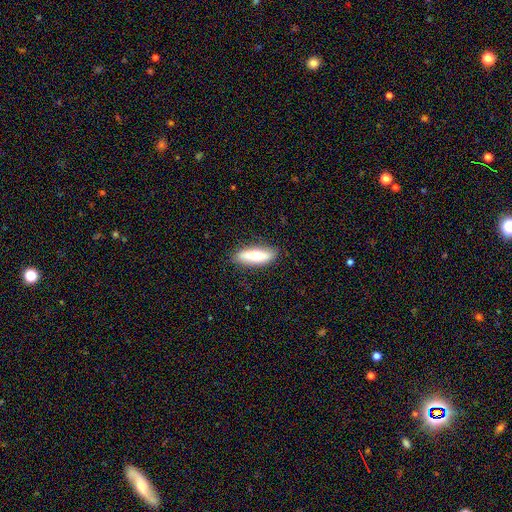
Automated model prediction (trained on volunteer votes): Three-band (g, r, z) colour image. It shows a smooth galaxy with no disk features (69%) that is cigar-shaped (55%). Merging: none (84%).